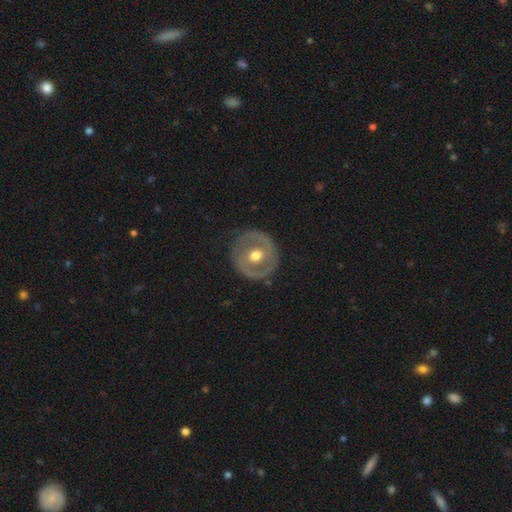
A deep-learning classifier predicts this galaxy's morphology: Overall: featured or disk (58%; smooth 37%). Edge-on disk: no (95%). Bar: no (74%). Spiral arms: no (77%). Bulge size: moderate (78%). Merging: none (81%).